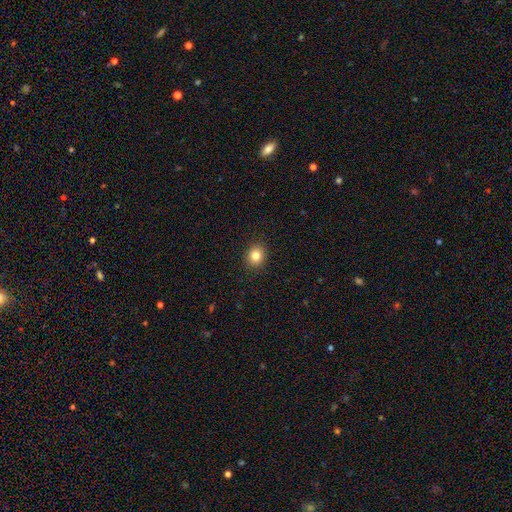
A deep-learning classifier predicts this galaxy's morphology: This appears to be a smooth galaxy with no disk features (82%) that is round (77%). Merging: none (91%).